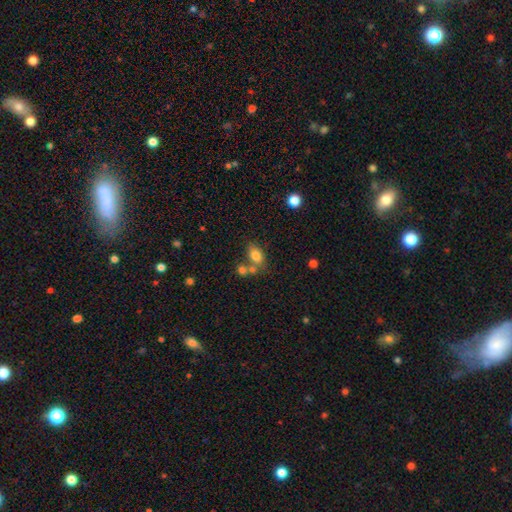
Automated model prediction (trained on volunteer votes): A smooth galaxy with no disk features (79%) that is in between round and cigar-shaped (81%). Merging: none (55%).